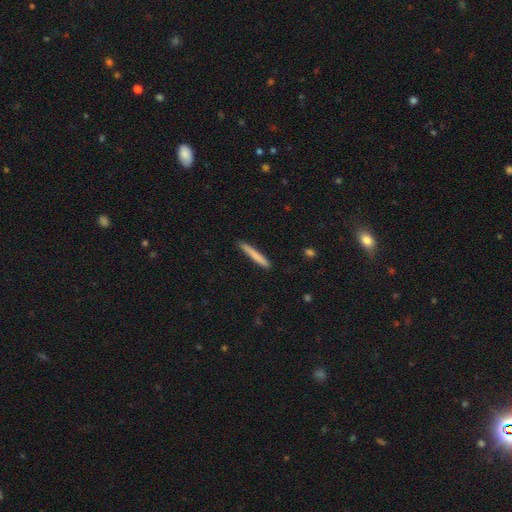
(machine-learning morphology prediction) A smooth galaxy with no disk features (78%) that is cigar-shaped (96%). Merging: none (89%).